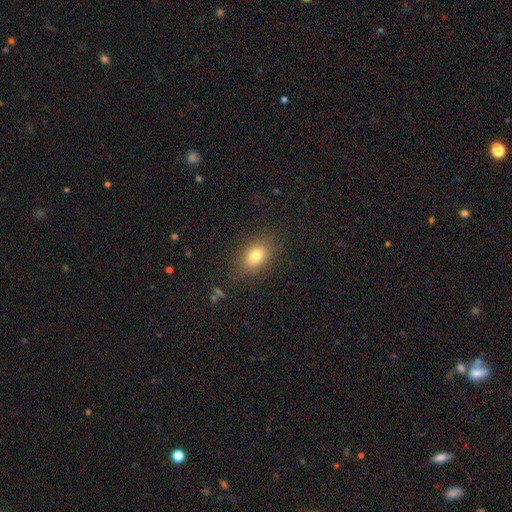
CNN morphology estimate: Smooth or featured: smooth — 77% (featured or disk — 12%)
How rounded: in between — 76% (round — 22%)
Merging: none — 83% (minor disturbance — 12%)